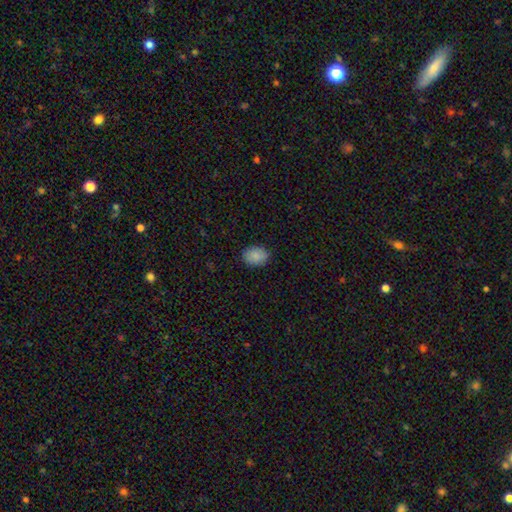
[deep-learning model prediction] Smooth or featured? Predicted: smooth (p=0.89). How rounded? Predicted: in between (p=0.67). Merging? Predicted: none (p=0.88).